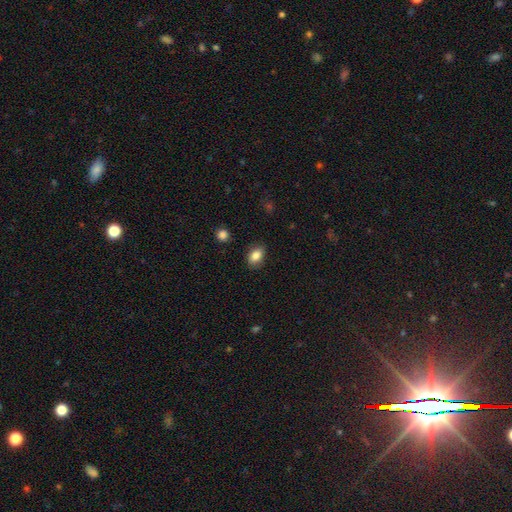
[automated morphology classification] A smooth galaxy with no disk features (85%) that is in between round and cigar-shaped (82%).

Vote fractions:
- Smooth or featured? smooth: 85% / star or artifact: 8% / featured or disk: 6%
- How rounded? in between: 82% / round: 16% / cigar-shaped: 1%
- Merging? none: 84% / minor disturbance: 12% / major disturbance: 3% / merger: 1%